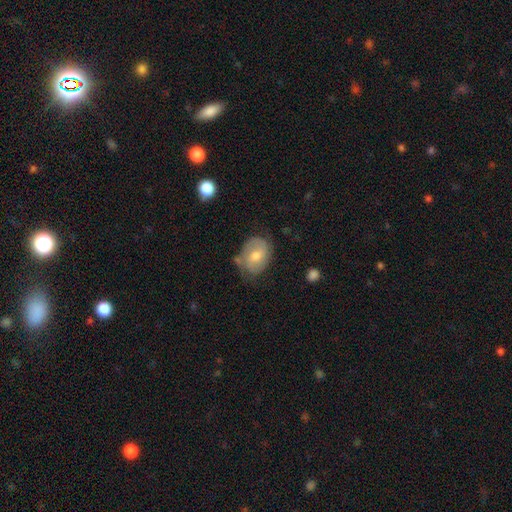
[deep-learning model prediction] A featured or disk galaxy (47%). Merging: none (63%).